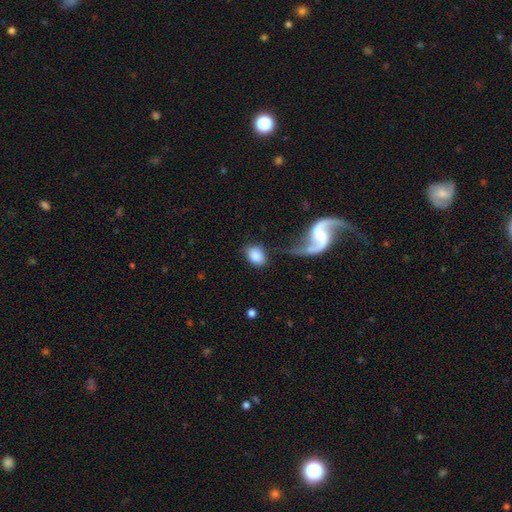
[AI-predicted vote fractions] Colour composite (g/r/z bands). It shows a smooth galaxy with no disk features (78%) that is in between round and cigar-shaped (75%). Merging: none (61%).